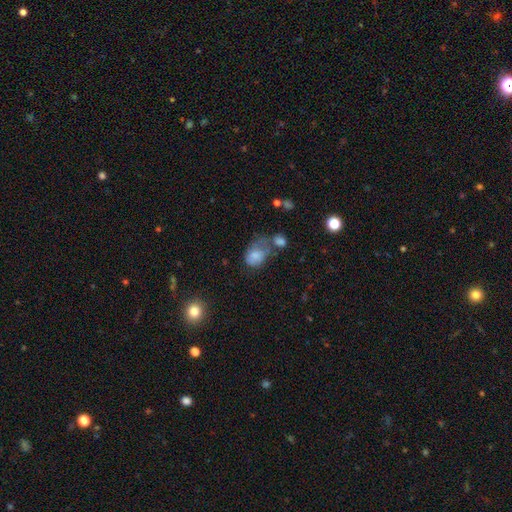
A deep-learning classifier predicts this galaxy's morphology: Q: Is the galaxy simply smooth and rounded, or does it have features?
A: smooth — 74%.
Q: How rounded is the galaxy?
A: in between — 72%.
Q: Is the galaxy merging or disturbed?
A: minor disturbance — 27%.